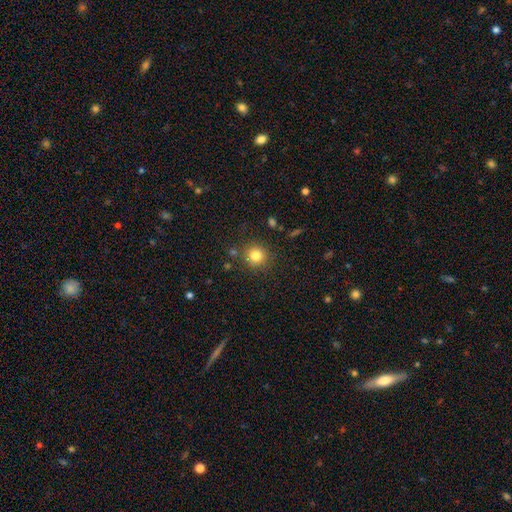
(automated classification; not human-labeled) A smooth galaxy with no disk features (81%) that is round (92%).

Vote fractions:
- Smooth or featured? smooth: 81% / star or artifact: 12% / featured or disk: 6%
- How rounded? round: 92% / in between: 7% / cigar-shaped: 1%
- Merging? none: 86% / minor disturbance: 8% / merger: 3% / major disturbance: 3%